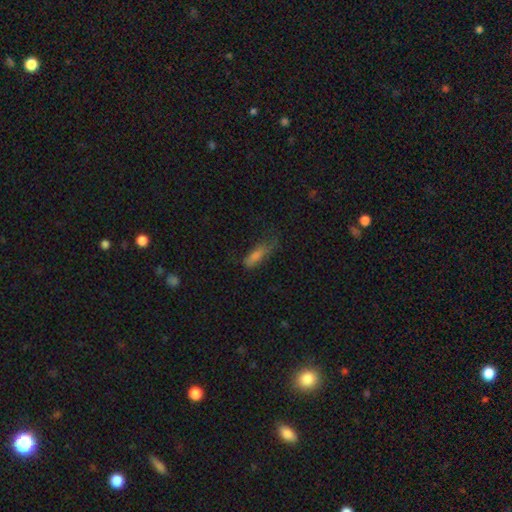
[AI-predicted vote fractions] The model was most divided on "how rounded": cigar-shaped: 54%, in between: 43%, round: 3%. Remaining: smooth or featured — smooth (71%); merging — none (44%).